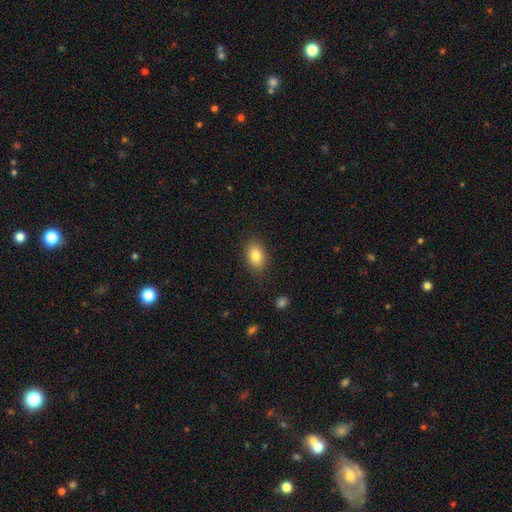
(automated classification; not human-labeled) A smooth galaxy with no disk features (83%) that is in between round and cigar-shaped (82%). Merging: none (84%).